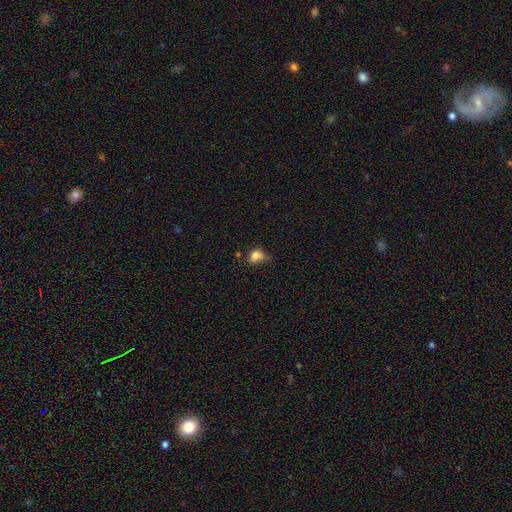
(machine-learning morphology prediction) smooth_or_featured: smooth (p=0.77) [alt: star or artifact p=0.13]
how_rounded: in between (p=0.58) [alt: round p=0.41]
merging: none (p=0.35) [alt: minor disturbance p=0.34]